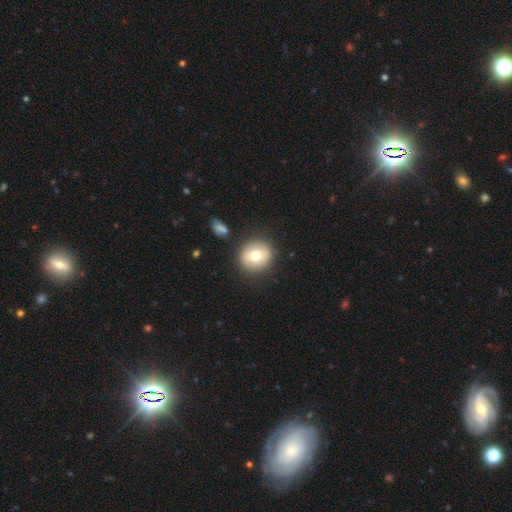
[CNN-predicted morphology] smooth-or-featured: smooth: 67% | featured or disk: 25% | star or artifact: 8%
  how-rounded: round: 86% | in between: 13% | cigar-shaped: 1%
  merging: none: 84% | minor disturbance: 9% | merger: 4% | major disturbance: 3%